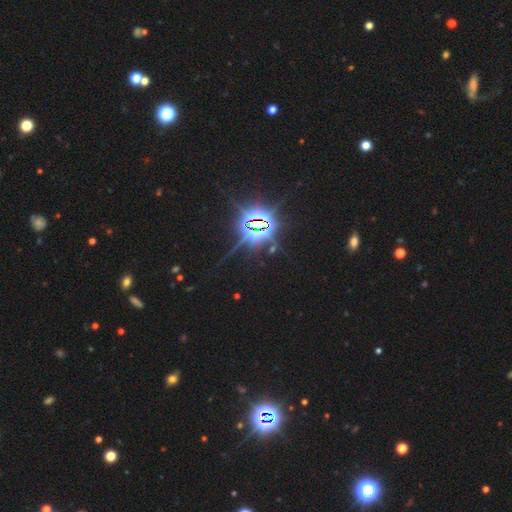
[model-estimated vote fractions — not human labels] Q: Smooth or featured?
A: star or artifact (84%); runner-up: smooth (10%)